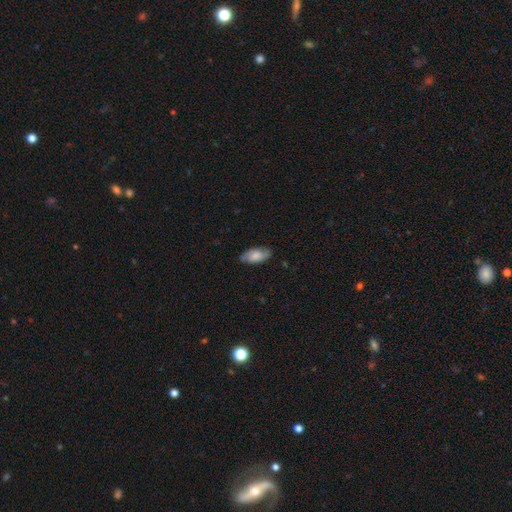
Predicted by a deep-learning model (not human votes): The model was most divided on "smooth or featured": smooth: 71%, featured or disk: 22%, star or artifact: 7%. More confident: how rounded — in between (89%); merging — none (82%).